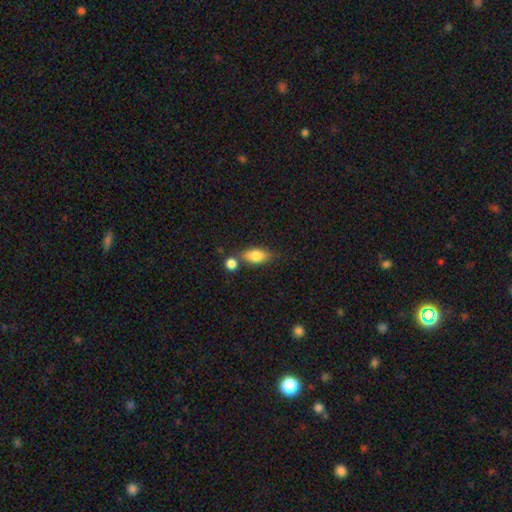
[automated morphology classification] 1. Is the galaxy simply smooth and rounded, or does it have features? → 80% smooth, 13% featured or disk, 8% star or artifact.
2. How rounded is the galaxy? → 83% in between, 9% cigar-shaped, 8% round.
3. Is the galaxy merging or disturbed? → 61% none, 22% merger, 14% minor disturbance, 4% major disturbance.